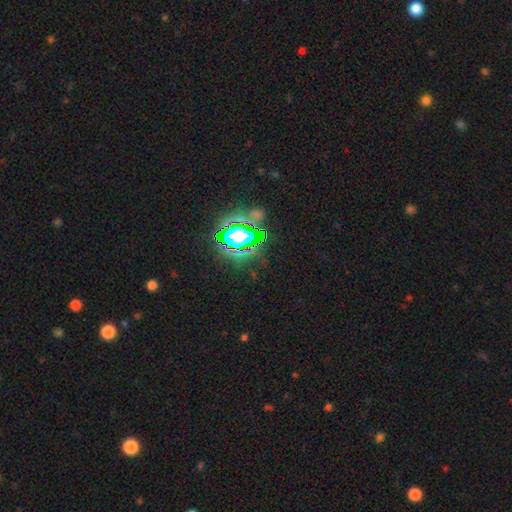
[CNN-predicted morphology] Overall: star or artifact (84%).